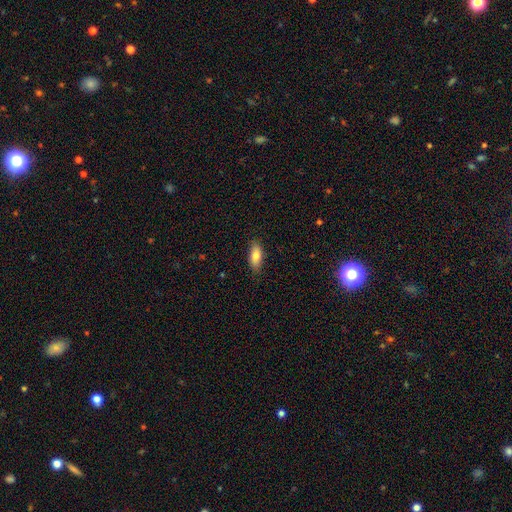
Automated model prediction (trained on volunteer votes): Smooth or featured: smooth — 83% (featured or disk — 11%)
How rounded: in between — 80% (cigar-shaped — 18%)
Merging: none — 84% (minor disturbance — 12%)